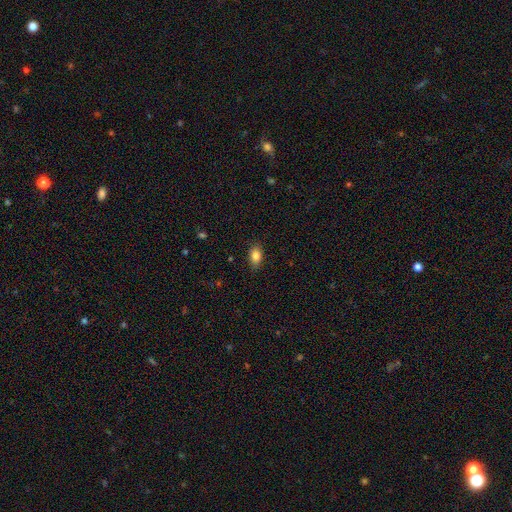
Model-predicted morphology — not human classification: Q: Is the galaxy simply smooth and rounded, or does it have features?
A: smooth — 84%.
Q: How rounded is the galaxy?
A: in between — 86%.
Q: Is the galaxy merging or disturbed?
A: none — 84%.